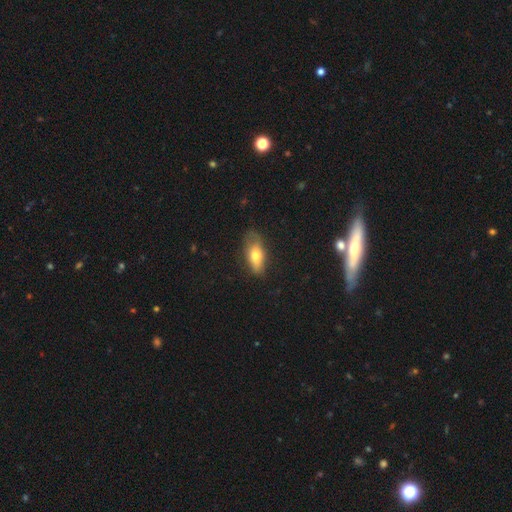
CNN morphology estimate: Smooth or featured? Predicted: smooth (p=0.70). How rounded? Predicted: in between (p=0.81). Merging? Predicted: none (p=0.61).